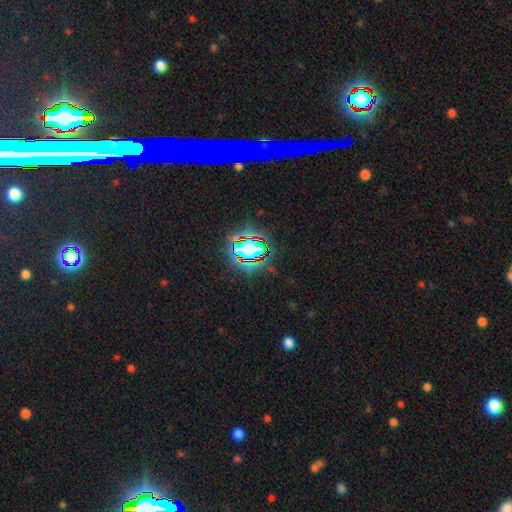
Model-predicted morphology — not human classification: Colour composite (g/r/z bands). It shows a star or artifact, not a galaxy (74%).